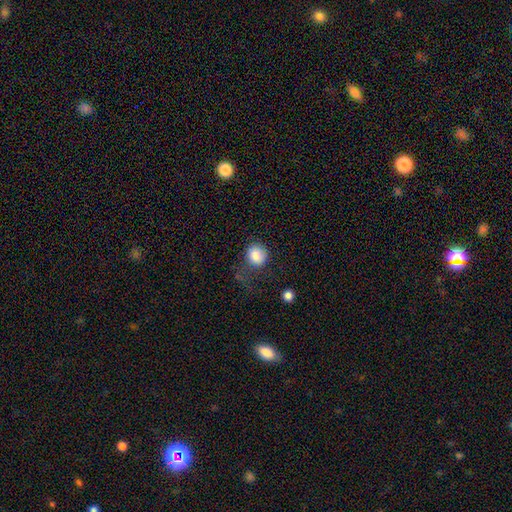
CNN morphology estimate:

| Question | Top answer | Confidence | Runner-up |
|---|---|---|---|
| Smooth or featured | smooth | 85% | star or artifact (9%) |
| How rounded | round | 78% | in between (21%) |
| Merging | none | 60% | minor disturbance (22%) |